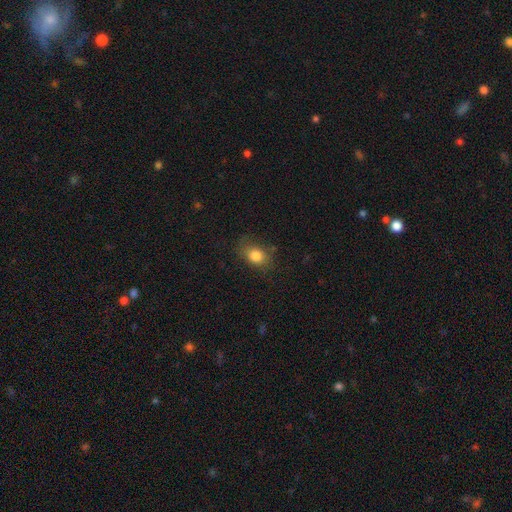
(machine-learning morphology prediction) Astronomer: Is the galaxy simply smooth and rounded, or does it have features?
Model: smooth — 82%.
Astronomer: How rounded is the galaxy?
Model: in between — 62% (runner-up: round, 37%).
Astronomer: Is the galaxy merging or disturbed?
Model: none — 71%.